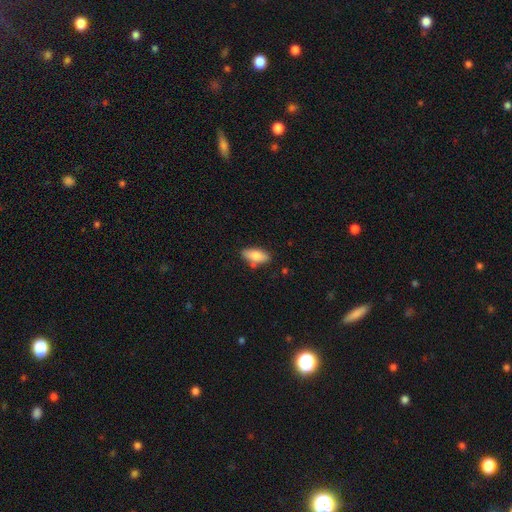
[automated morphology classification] A smooth galaxy with no disk features (80%) that is in between round and cigar-shaped (83%). Merging: none (77%).